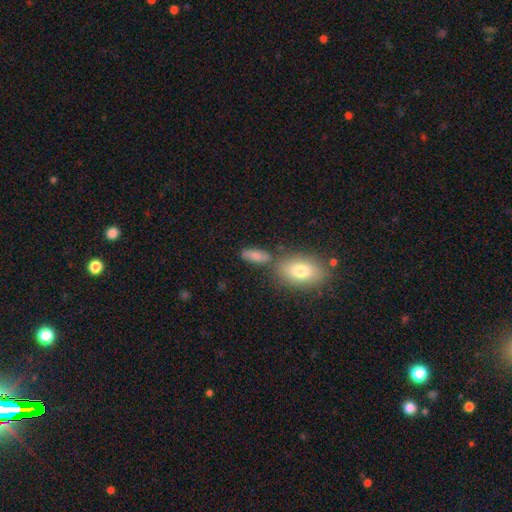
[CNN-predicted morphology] Smooth or featured: smooth — 80% (featured or disk — 11%)
How rounded: in between — 72% (cigar-shaped — 22%)
Merging: none — 65% (minor disturbance — 15%)